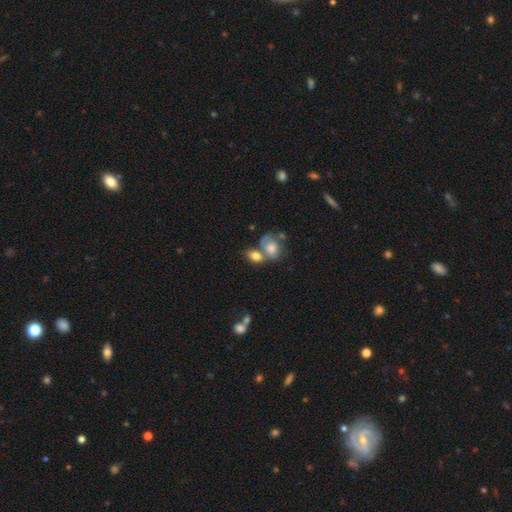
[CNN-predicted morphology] type=smooth (73%); roundness=in between (71%); merging=merger (52%).